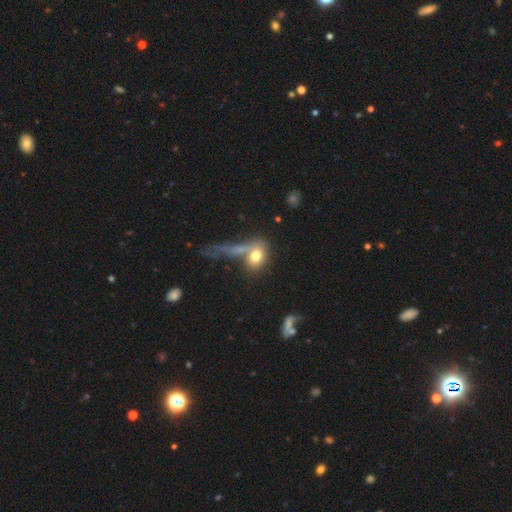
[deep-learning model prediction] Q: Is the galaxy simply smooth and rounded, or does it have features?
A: smooth — 73%.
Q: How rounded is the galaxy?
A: in between — 59%.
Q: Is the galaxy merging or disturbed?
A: none — 37%.